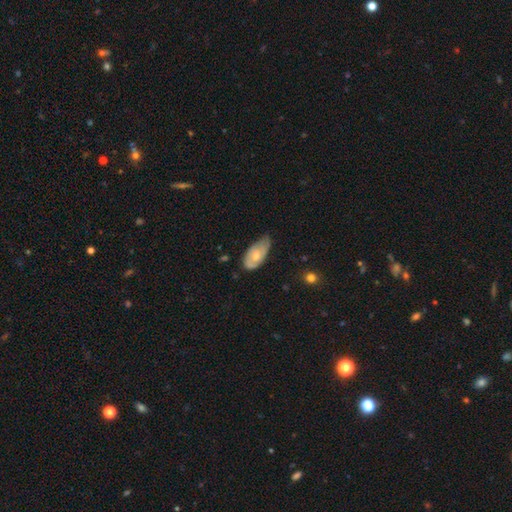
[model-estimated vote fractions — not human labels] A smooth galaxy with no disk features (47%, tied with featured or disk). Merging: minor disturbance (46%).